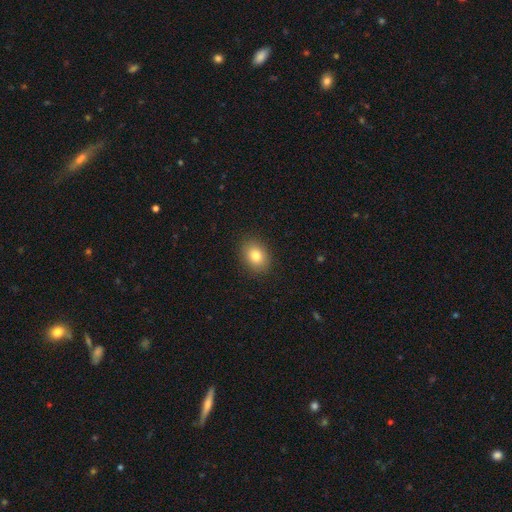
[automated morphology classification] A smooth galaxy with no disk features (83%) that is in between round and cigar-shaped (65%). Merging: none (89%).